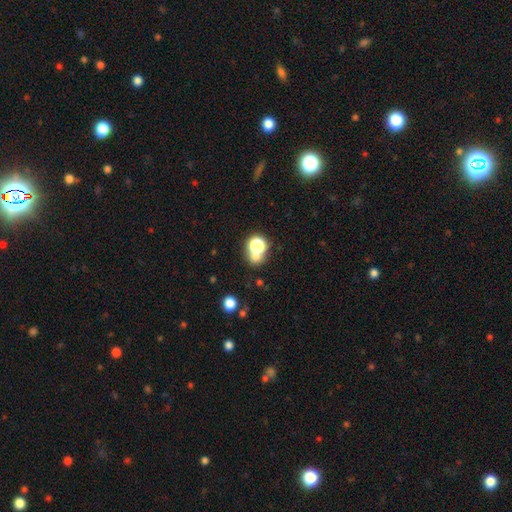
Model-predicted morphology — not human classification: This is likely a smooth galaxy (64%). How rounded: likely round (73%). Merging: possibly none (50%).